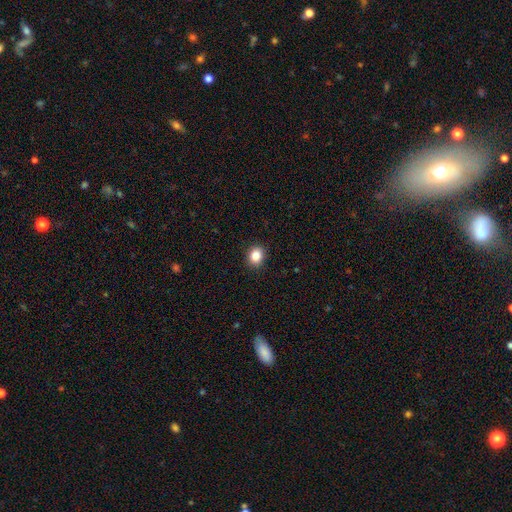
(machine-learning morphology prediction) A smooth galaxy with no disk features (87%) that is round (54%).

Vote fractions:
- Smooth or featured? smooth: 87% / star or artifact: 10% / featured or disk: 4%
- How rounded? round: 54% / in between: 45% / cigar-shaped: 1%
- Merging? none: 89% / minor disturbance: 8% / major disturbance: 2% / merger: 1%